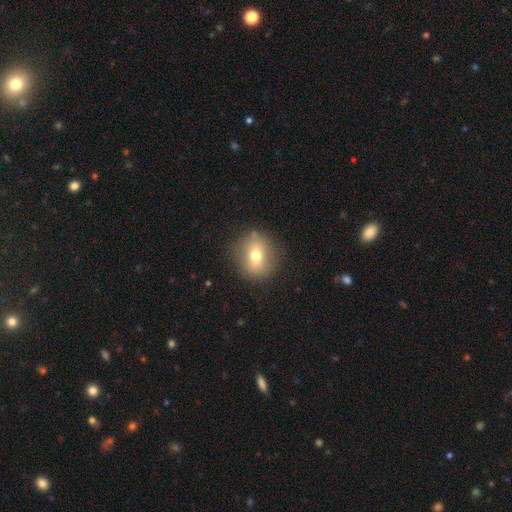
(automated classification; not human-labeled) smooth 68%, featured or disk 22%, star or artifact 10%. Down the decision tree: how rounded — round (71%); merging — none (84%).